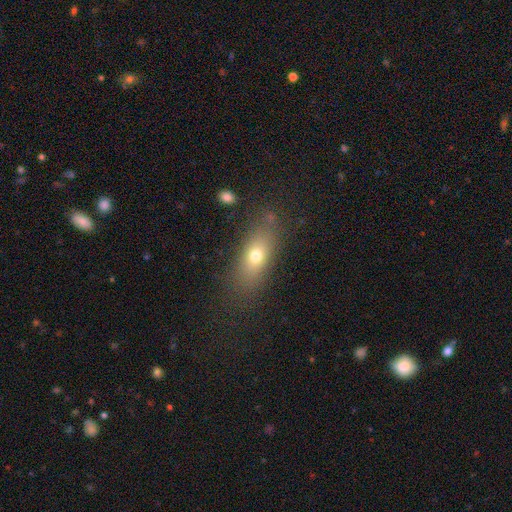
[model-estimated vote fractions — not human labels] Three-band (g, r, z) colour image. It shows a smooth galaxy with no disk features (68%) that is in between round and cigar-shaped (69%). Merging: none (79%).